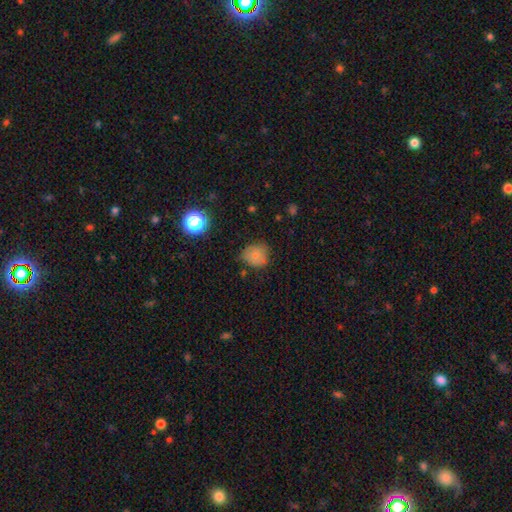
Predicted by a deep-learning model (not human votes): This appears to be a smooth galaxy with no disk features (75%) that is round (75%). Merging: none (64%).